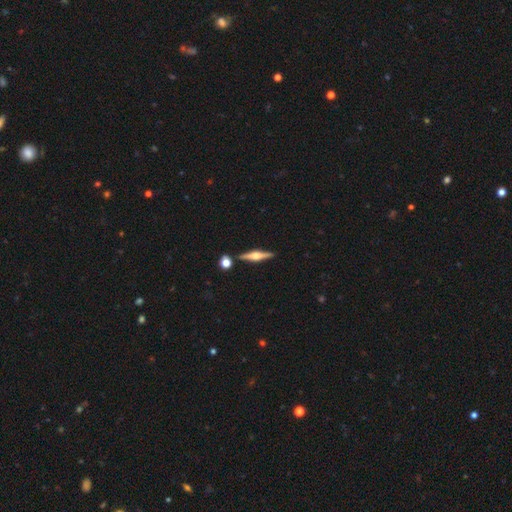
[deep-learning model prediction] Smooth or featured? Predicted: featured or disk (p=0.76). Edge-on disk? Predicted: yes (p=0.98). Edge-on bulge? Predicted: rounded (p=0.87). Merging? Predicted: none (p=0.87).